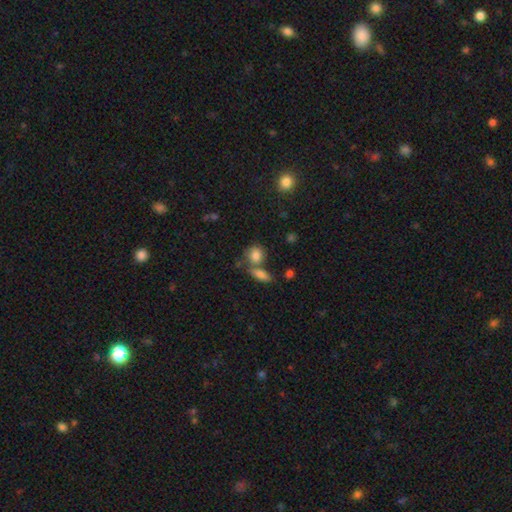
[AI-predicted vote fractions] smooth-or-featured: smooth: 81% | star or artifact: 10% | featured or disk: 9%
  how-rounded: round: 52% | in between: 44% | cigar-shaped: 3%
  merging: none: 52% | merger: 31% | minor disturbance: 12% | major disturbance: 5%